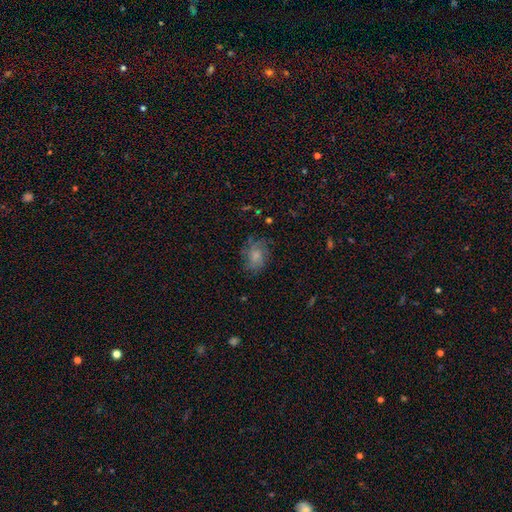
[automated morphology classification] smooth_or_featured: smooth (p=0.58) [alt: featured or disk p=0.30]
how_rounded: in between (p=0.60) [alt: round p=0.39]
merging: none (p=0.65) [alt: minor disturbance p=0.22]